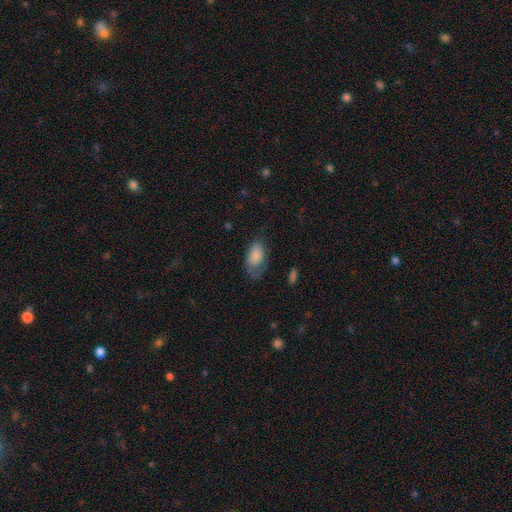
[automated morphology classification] The model was most divided on "merging": none: 41%, minor disturbance: 31%, major disturbance: 26%, merger: 2%. More confident: how rounded — in between (93%); smooth or featured — smooth (77%).